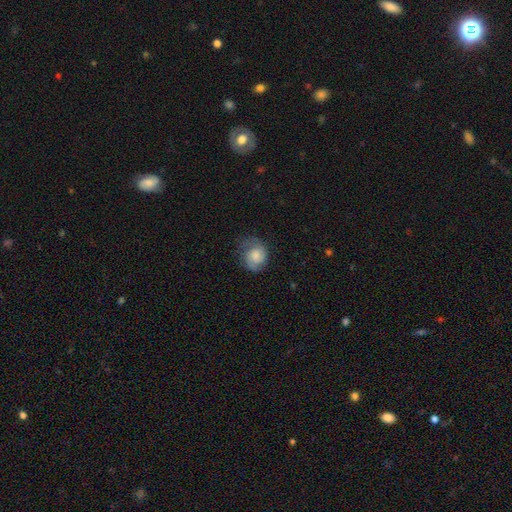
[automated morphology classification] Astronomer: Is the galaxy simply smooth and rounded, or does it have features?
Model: smooth — 61%.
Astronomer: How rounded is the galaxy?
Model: round — 68%.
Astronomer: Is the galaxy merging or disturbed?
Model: none — 54% (runner-up: minor disturbance, 30%).